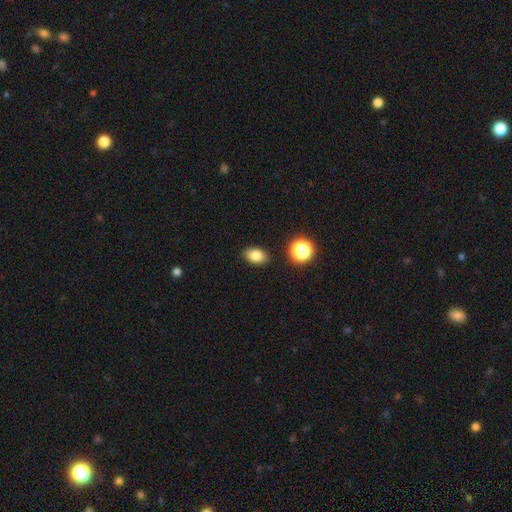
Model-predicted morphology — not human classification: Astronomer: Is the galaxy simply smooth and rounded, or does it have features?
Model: smooth — 82%.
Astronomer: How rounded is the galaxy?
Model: in between — 81%.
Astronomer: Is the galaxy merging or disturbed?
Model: none — 87%.